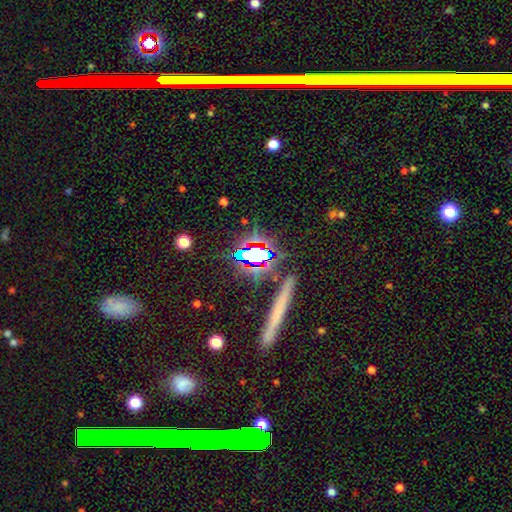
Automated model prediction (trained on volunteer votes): Smooth or featured: star or artifact — 61% (smooth — 22%)